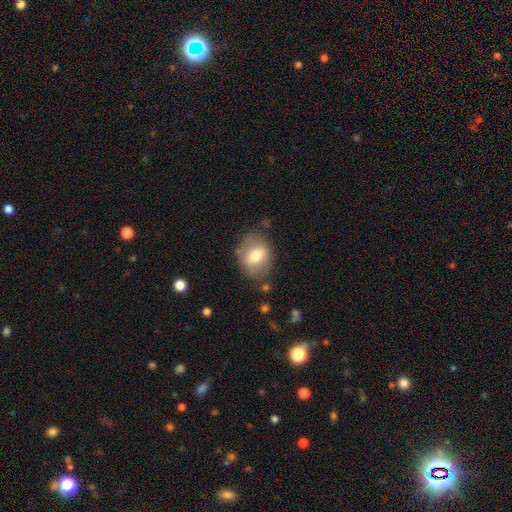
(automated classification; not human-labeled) A smooth galaxy with no disk features (64%) that is in between round and cigar-shaped (56%). Merging: none (75%).